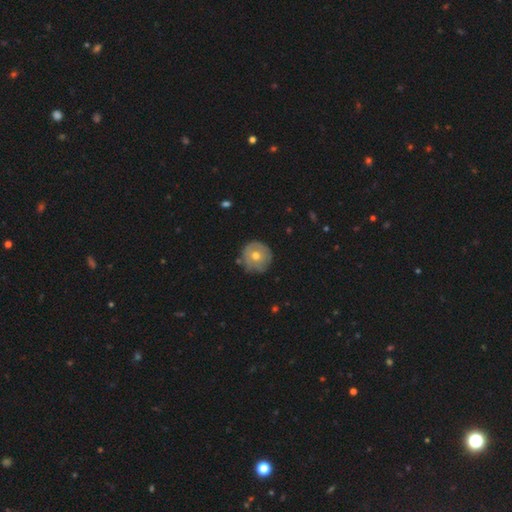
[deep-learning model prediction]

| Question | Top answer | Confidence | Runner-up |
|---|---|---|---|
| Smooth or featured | smooth | 52% | featured or disk (41%) |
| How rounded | round | 93% | in between (6%) |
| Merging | none | 78% | minor disturbance (17%) |